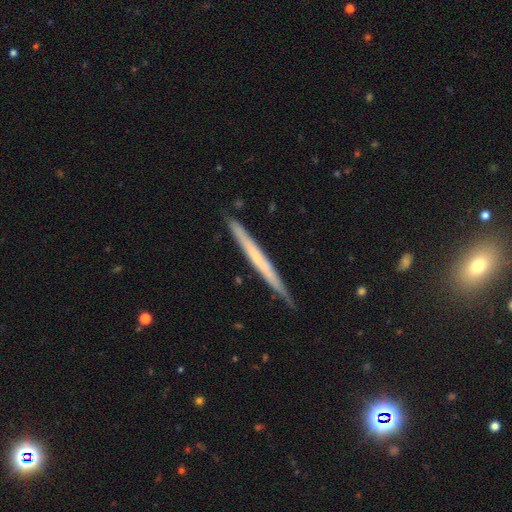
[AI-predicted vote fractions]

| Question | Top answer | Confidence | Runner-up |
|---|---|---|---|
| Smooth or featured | featured or disk | 52% | smooth (43%) |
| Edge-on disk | yes | 96% | no (4%) |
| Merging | none | 85% | minor disturbance (12%) |